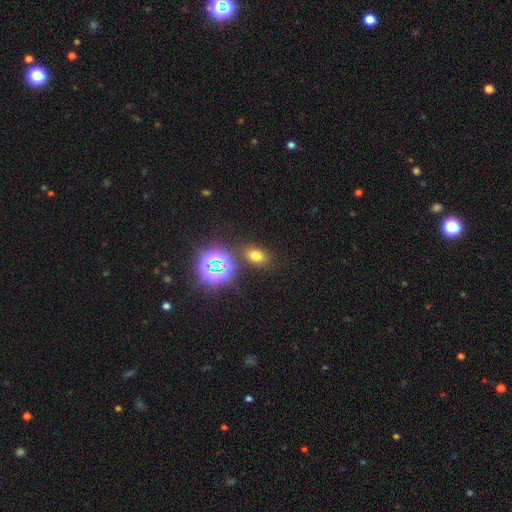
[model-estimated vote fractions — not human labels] Q: Smooth or featured?
A: smooth (63%); runner-up: star or artifact (28%)
Q: How rounded?
A: in between (75%); runner-up: round (23%)
Q: Merging?
A: none (81%); runner-up: minor disturbance (9%)